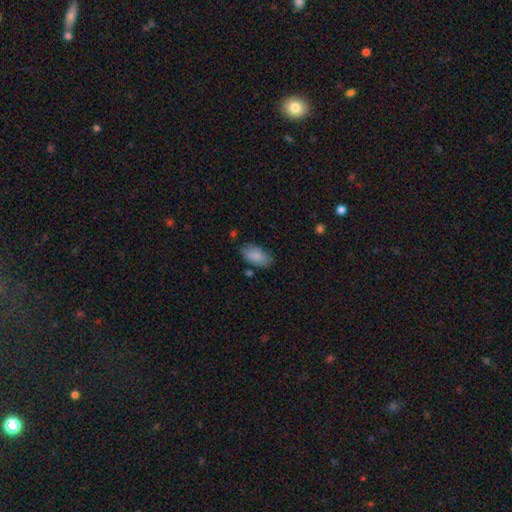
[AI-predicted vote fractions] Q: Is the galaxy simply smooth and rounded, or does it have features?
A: smooth — 87%.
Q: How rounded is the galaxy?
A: in between — 93%.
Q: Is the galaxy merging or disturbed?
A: none — 75%.